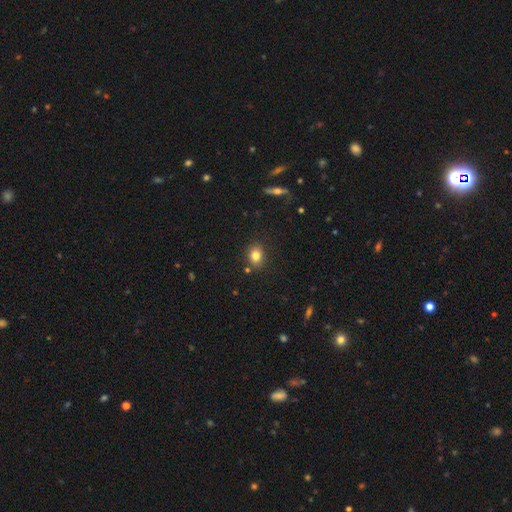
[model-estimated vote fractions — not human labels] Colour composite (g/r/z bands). It shows a smooth galaxy with no disk features (80%) that is round (52%). Merging: none (84%).